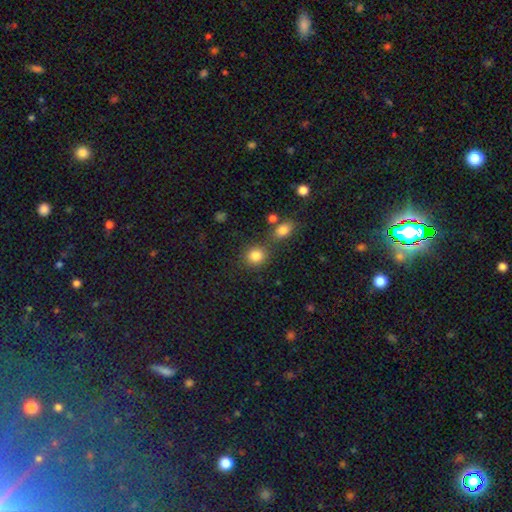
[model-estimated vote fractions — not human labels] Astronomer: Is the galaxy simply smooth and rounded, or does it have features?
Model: smooth — 83%.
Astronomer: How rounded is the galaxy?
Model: round — 79%.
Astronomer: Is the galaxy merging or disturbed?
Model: none — 72%.